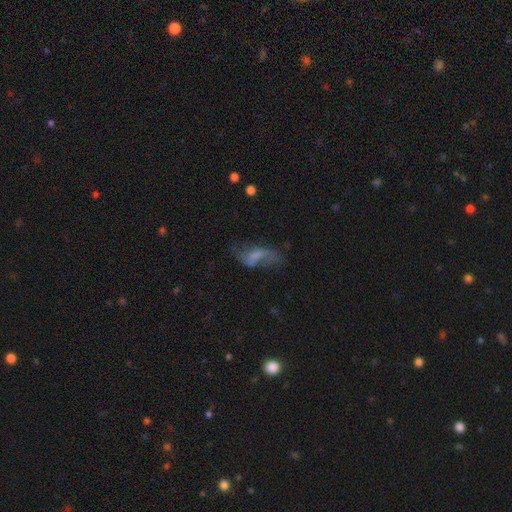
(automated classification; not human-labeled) Smooth or featured? Predicted: featured or disk (p=0.51). Edge-on disk? Predicted: no (p=0.90). Merging? Predicted: none (p=0.43).